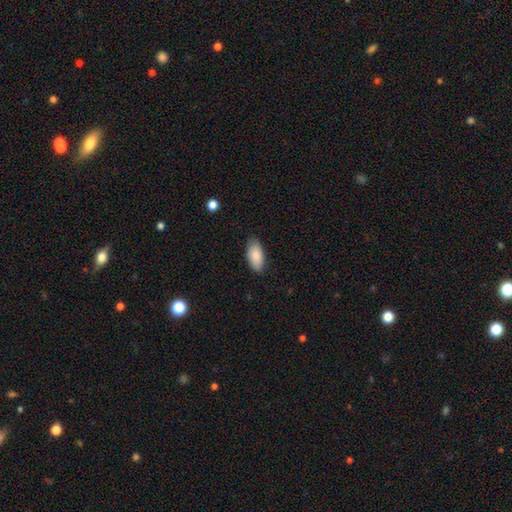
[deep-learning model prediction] A smooth galaxy with no disk features (87%) that is in between round and cigar-shaped (92%). Merging: none (84%).